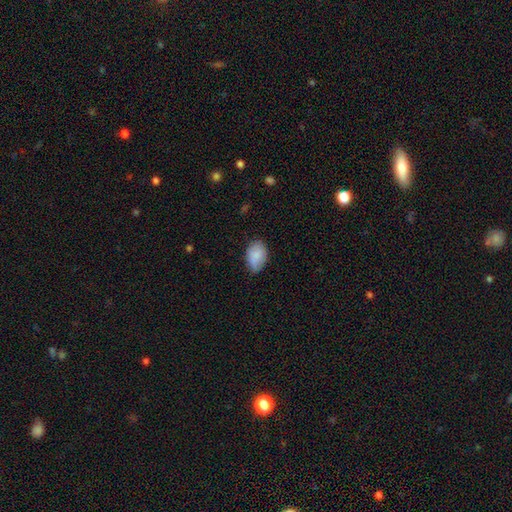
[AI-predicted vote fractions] Q: Smooth or featured?
A: smooth (84%); runner-up: featured or disk (9%)
Q: How rounded?
A: in between (88%); runner-up: round (11%)
Q: Merging?
A: none (64%); runner-up: minor disturbance (30%)